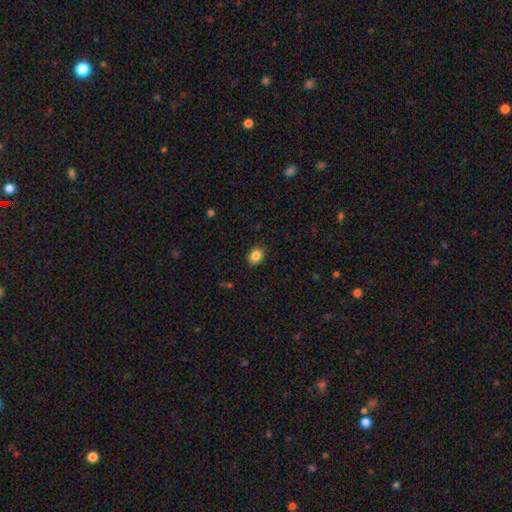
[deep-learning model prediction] Smooth or featured? smooth (86%)
How rounded? in between (67%)
Merging? none (89%)